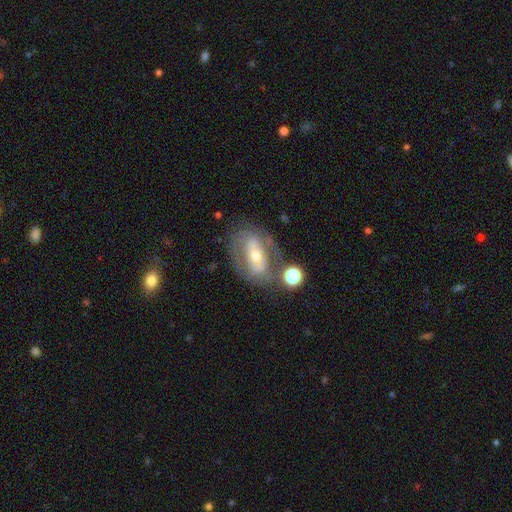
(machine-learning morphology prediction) Smooth or featured? featured or disk (67%)
Edge-on disk? no (88%)
Bar? strong (45%)
Spiral arms? no (58%)
Bulge size? moderate (52%)
Merging? none (64%)